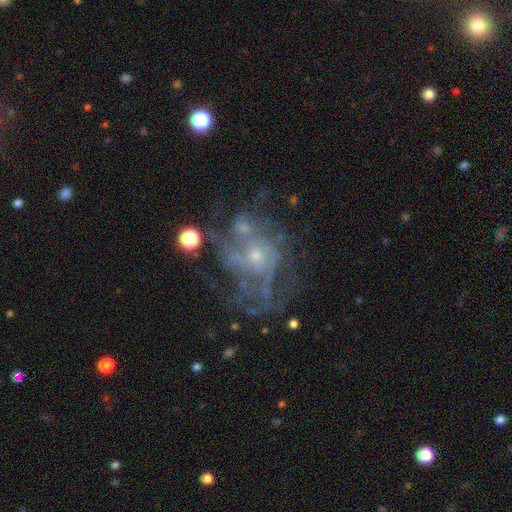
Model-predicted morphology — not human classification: Smooth or featured? featured or disk (79%)
Edge-on disk? no (98%)
Bar? no (78%)
Spiral arms? yes (80%)
Spiral winding? medium (41%)
Spiral arm count? can't tell (39%)
Bulge size? small (64%)
Merging? none (43%)